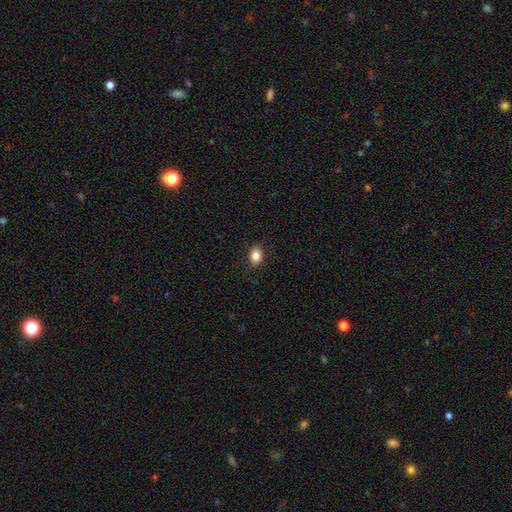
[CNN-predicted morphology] Q: Smooth or featured?
A: smooth (85%); runner-up: star or artifact (9%)
Q: How rounded?
A: in between (69%); runner-up: round (30%)
Q: Merging?
A: none (88%); runner-up: minor disturbance (8%)